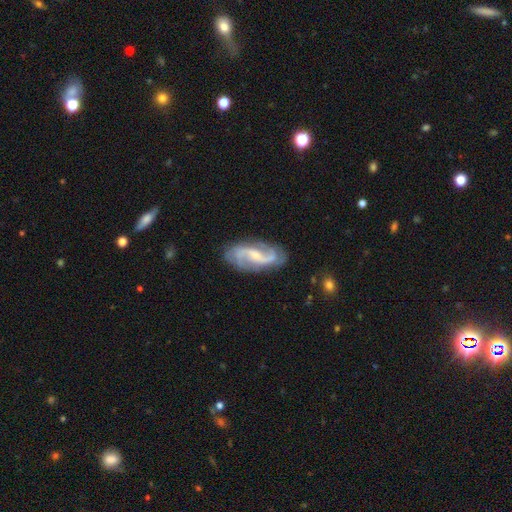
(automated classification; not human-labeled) Q: Smooth or featured?
A: featured or disk (88%); runner-up: smooth (7%)
Q: Edge-on disk?
A: no (96%); runner-up: yes (4%)
Q: Bar?
A: weak (46%); runner-up: no (36%)
Q: Spiral arms?
A: yes (97%); runner-up: no (3%)
Q: Spiral winding?
A: medium (44%); runner-up: loose (40%)
Q: Spiral arm count?
A: 2 (79%); runner-up: 3 (7%)
Q: Bulge size?
A: small (59%); runner-up: moderate (35%)
Q: Merging?
A: none (79%); runner-up: minor disturbance (14%)